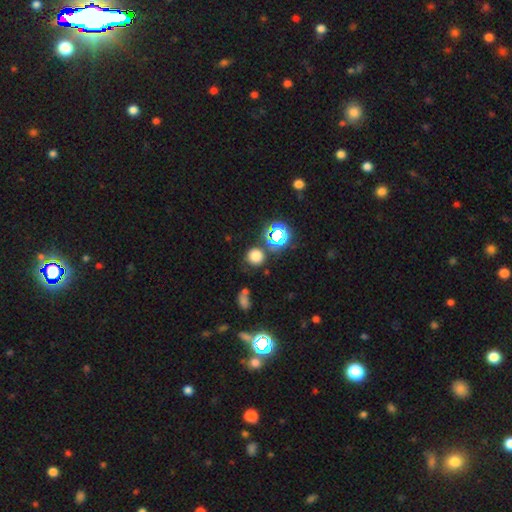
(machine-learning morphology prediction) smooth 70%, star or artifact 24%, featured or disk 7%. Down the decision tree: how rounded — round (90%); merging — none (77%).